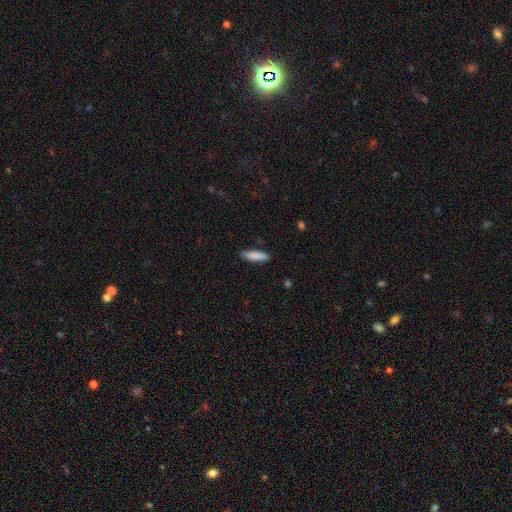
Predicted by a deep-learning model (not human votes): Smooth or featured? smooth (87%)
How rounded? cigar-shaped (72%)
Merging? none (88%)